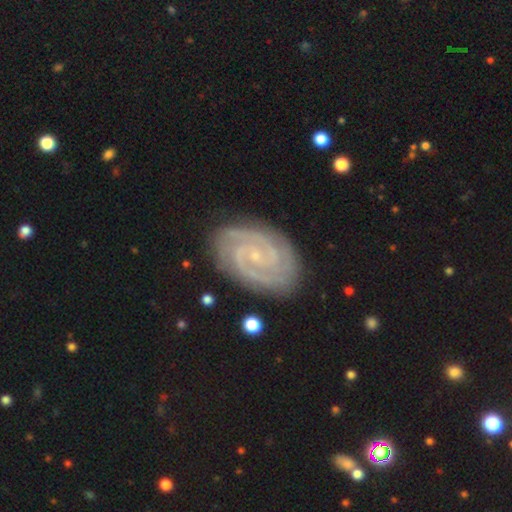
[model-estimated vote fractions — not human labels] Smooth or featured? featured or disk (90%)
Edge-on disk? no (98%)
Bar? no (60%)
Spiral arms? yes (99%)
Spiral winding? tight (78%)
Spiral arm count? 2 (63%)
Bulge size? small (84%)
Merging? none (84%)